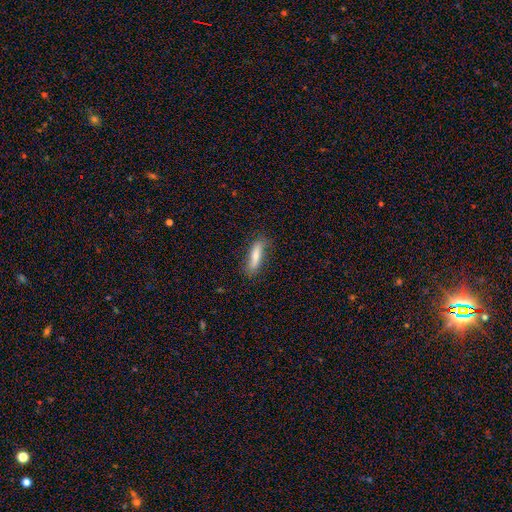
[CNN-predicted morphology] A smooth galaxy with no disk features (72%) that is cigar-shaped (69%).

Vote fractions:
- Smooth or featured? smooth: 72% / featured or disk: 21% / star or artifact: 7%
- How rounded? cigar-shaped: 69% / in between: 29% / round: 2%
- Merging? none: 77% / minor disturbance: 17% / major disturbance: 4% / merger: 1%